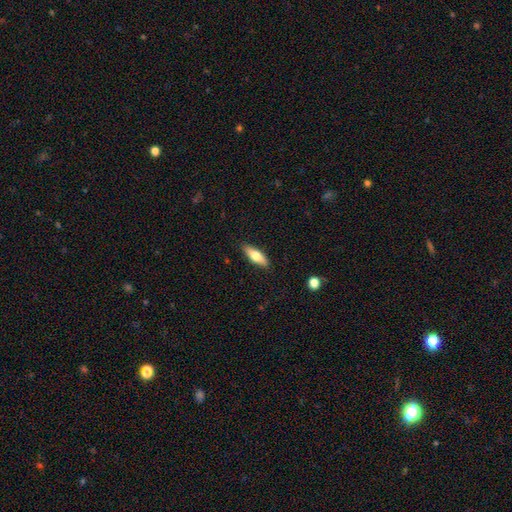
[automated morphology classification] The model was most divided on "how rounded": in between: 59%, cigar-shaped: 39%, round: 2%. More confident: merging — none (88%); smooth or featured — smooth (65%).